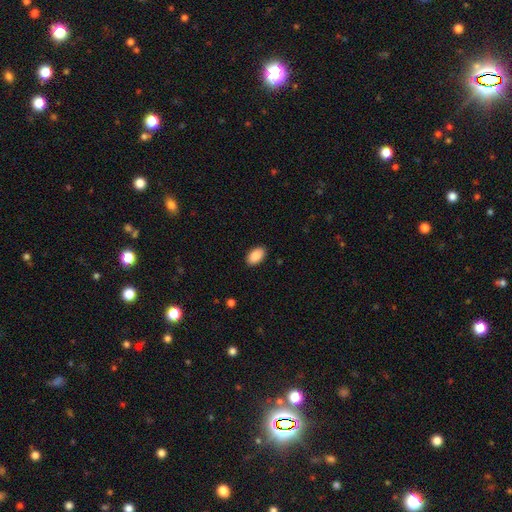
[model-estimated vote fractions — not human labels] The model was most divided on "merging": none: 89%, minor disturbance: 8%, major disturbance: 2%, merger: 1%. More confident: how rounded — in between (94%); smooth or featured — smooth (90%).